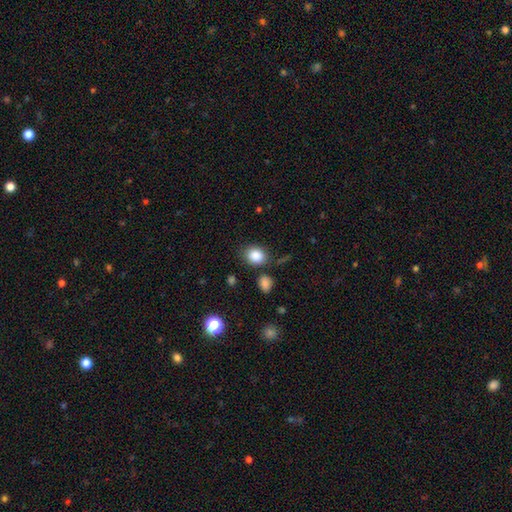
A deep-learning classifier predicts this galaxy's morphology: smooth_or_featured: smooth (p=0.86) [alt: star or artifact p=0.09]
how_rounded: round (p=0.56) [alt: in between p=0.43]
merging: none (p=0.76) [alt: minor disturbance p=0.14]